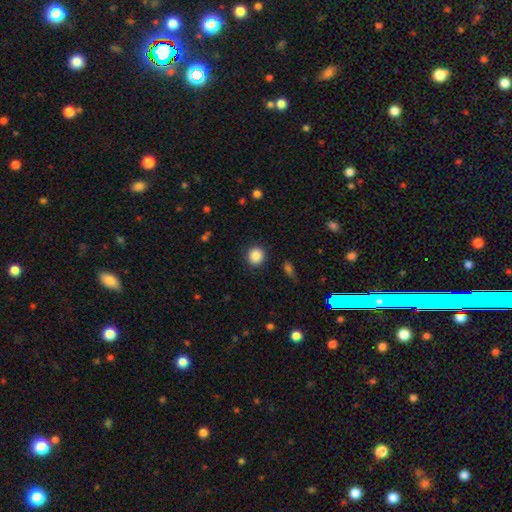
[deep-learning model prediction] Smooth or featured? smooth (88%)
How rounded? round (91%)
Merging? none (90%)